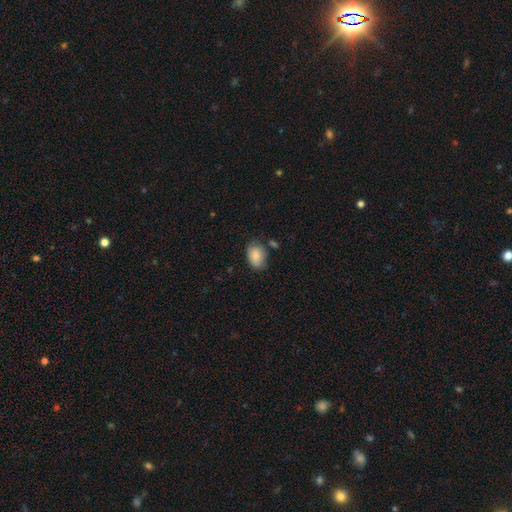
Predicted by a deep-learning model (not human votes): Smooth or featured: smooth — 84% (featured or disk — 9%)
How rounded: in between — 82% (round — 17%)
Merging: none — 62% (minor disturbance — 26%)